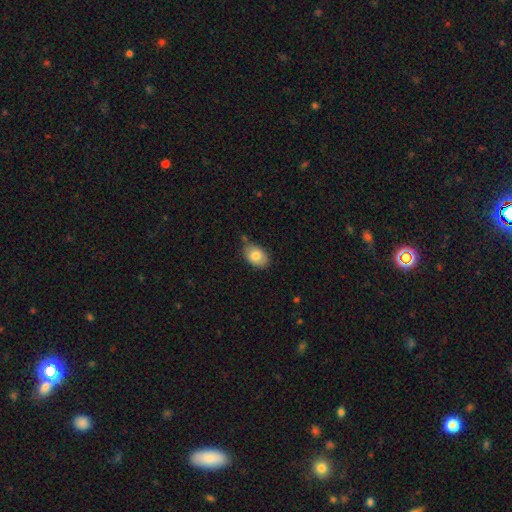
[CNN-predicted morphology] smooth_or_featured: smooth (p=0.81) [alt: featured or disk p=0.12]
how_rounded: in between (p=0.83) [alt: round p=0.16]
merging: none (p=0.68) [alt: minor disturbance p=0.23]